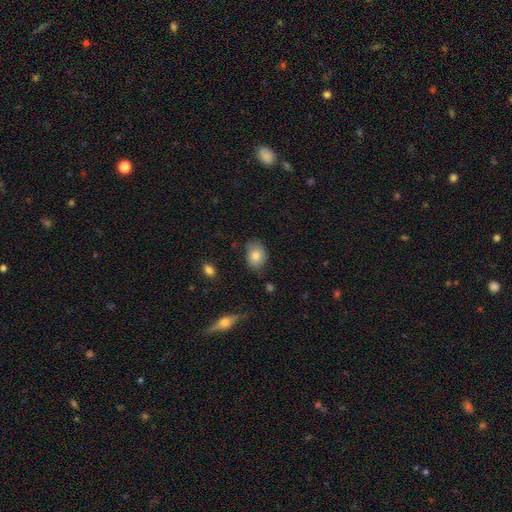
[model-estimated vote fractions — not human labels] The model was most divided on "how rounded": in between: 65%, round: 34%, cigar-shaped: 1%. More confident: smooth or featured — smooth (80%); merging — none (75%).